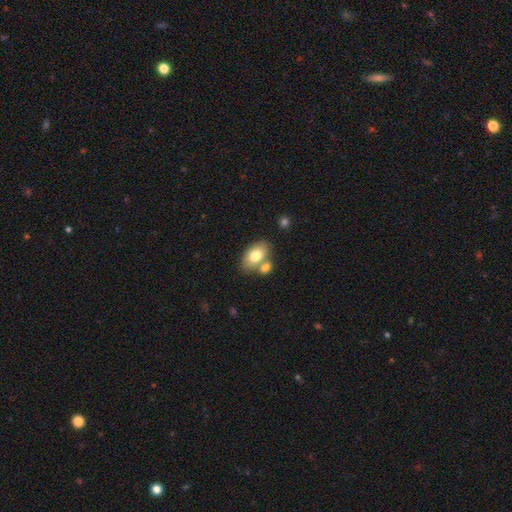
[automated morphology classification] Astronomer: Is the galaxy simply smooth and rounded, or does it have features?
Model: smooth — 76%.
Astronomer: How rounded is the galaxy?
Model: in between — 87%.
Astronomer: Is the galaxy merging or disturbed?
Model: none — 52% (runner-up: merger, 32%).